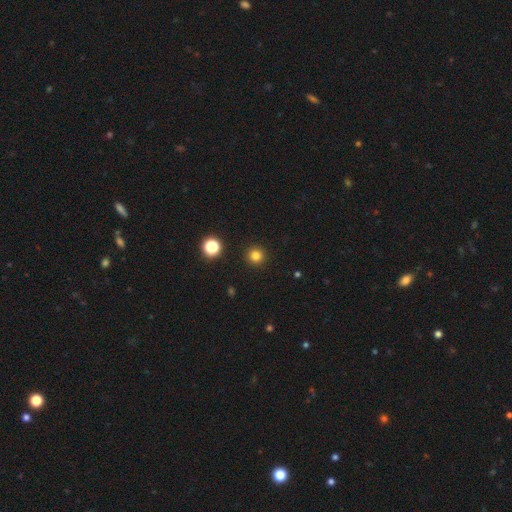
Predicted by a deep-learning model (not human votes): Smooth or featured? smooth (81%)
How rounded? round (96%)
Merging? none (93%)